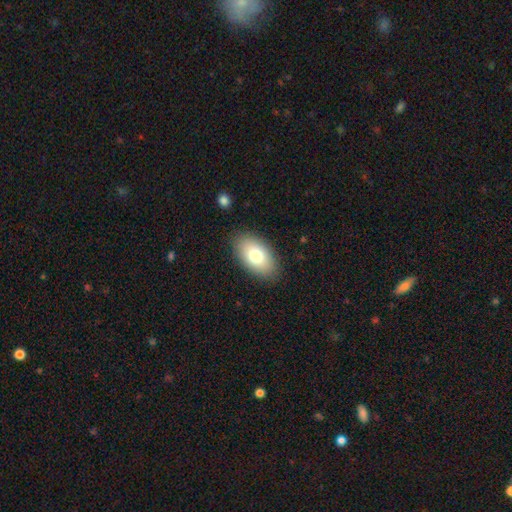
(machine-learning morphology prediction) smooth_or_featured: smooth (p=0.77) [alt: featured or disk p=0.16]
how_rounded: in between (p=0.93) [alt: round p=0.05]
merging: none (p=0.87) [alt: minor disturbance p=0.10]